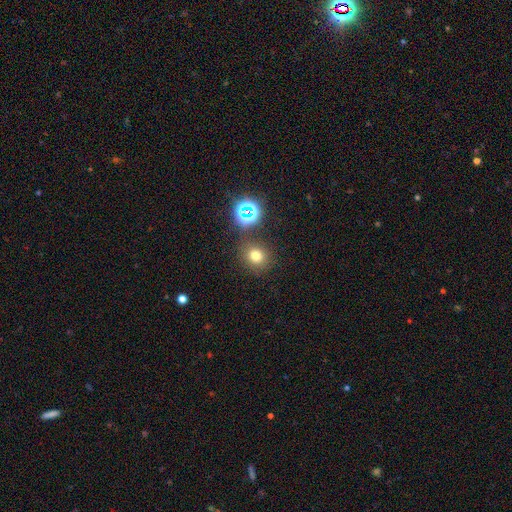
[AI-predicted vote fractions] Smooth or featured?
  - smooth: 71% *
  - star or artifact: 22%
  - featured or disk: 7%
How rounded?
  - round: 83% *
  - in between: 16%
  - cigar-shaped: 1%
Merging?
  - none: 82% *
  - minor disturbance: 9%
  - merger: 6%
  - major disturbance: 4%